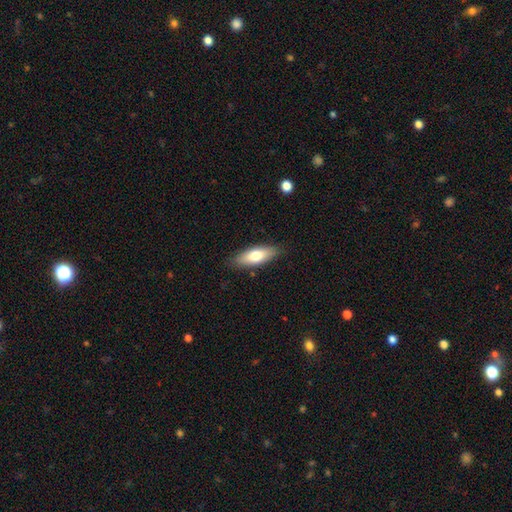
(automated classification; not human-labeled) This is likely a smooth galaxy (73%). How rounded: likely in between (65%). Merging: clearly none (86%).